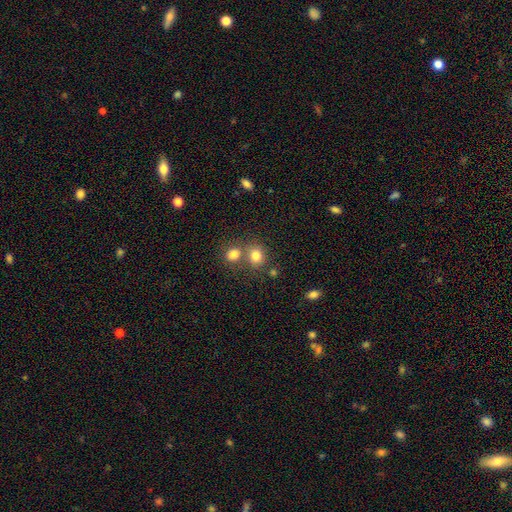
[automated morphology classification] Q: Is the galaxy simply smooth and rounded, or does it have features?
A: smooth — 79%.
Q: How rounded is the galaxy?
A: round — 71%.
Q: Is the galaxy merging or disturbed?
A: none — 55%.